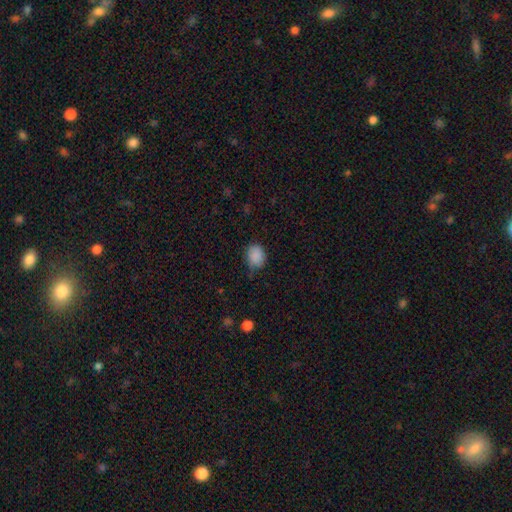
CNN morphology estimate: Overall: smooth (86%). How rounded: round (50%; in between 49%). Merging: none (61%; minor disturbance 32%).